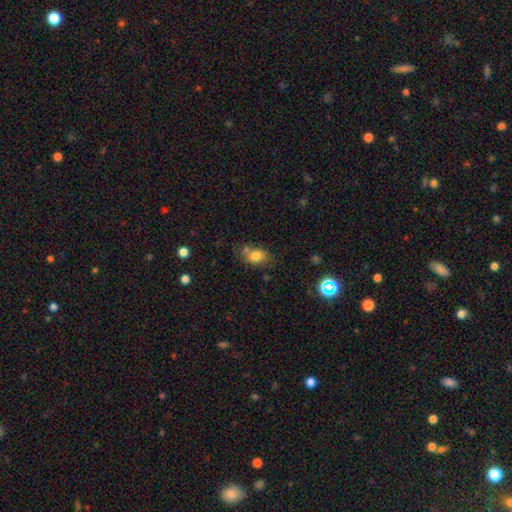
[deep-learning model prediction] smooth_or_featured: smooth (p=0.78) [alt: star or artifact p=0.11]
how_rounded: in between (p=0.67) [alt: round p=0.31]
merging: none (p=0.60) [alt: minor disturbance p=0.20]